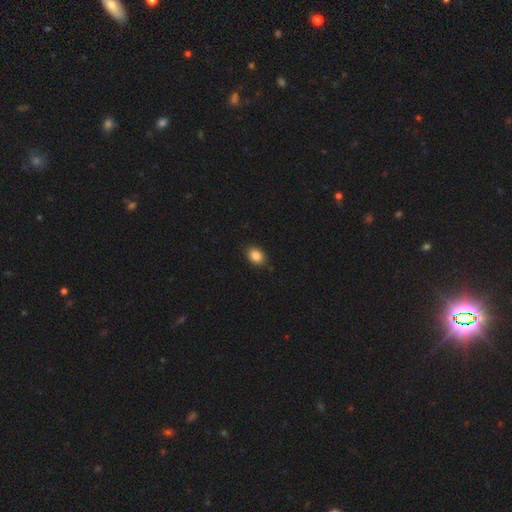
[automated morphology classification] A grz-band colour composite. It shows a smooth galaxy with no disk features (87%) that is in between round and cigar-shaped (72%). Merging: none (86%).